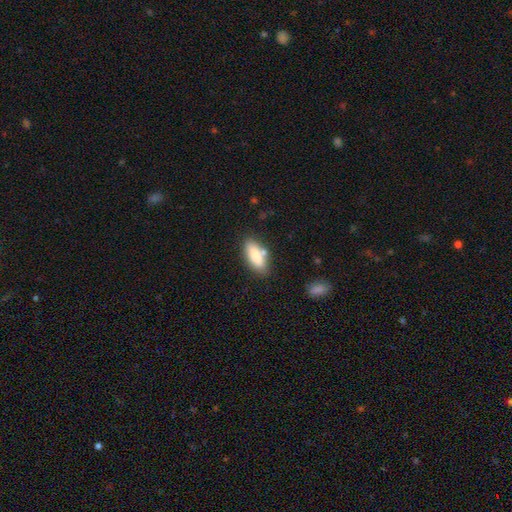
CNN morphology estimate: Smooth or featured? Predicted: smooth (p=0.81). How rounded? Predicted: in between (p=0.76). Merging? Predicted: none (p=0.72).